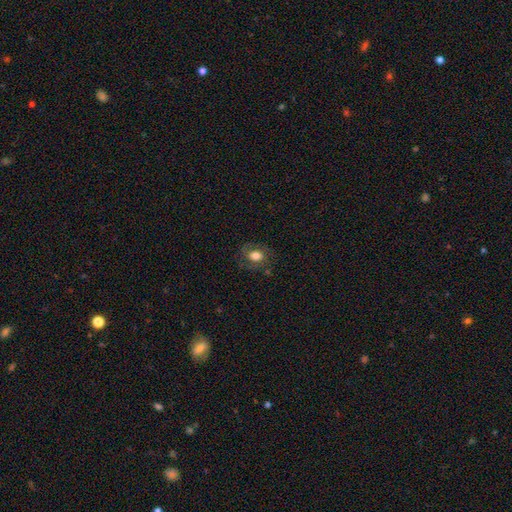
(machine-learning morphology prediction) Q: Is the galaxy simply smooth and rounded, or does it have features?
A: smooth — 57%.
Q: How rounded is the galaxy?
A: in between — 56%.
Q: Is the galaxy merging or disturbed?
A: none — 72%.